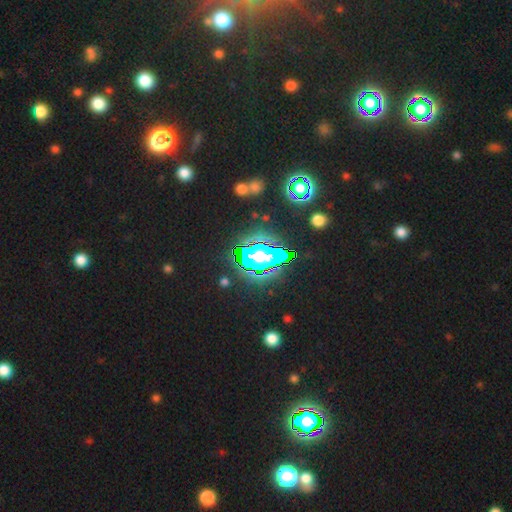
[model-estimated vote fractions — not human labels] Smooth or featured: star or artifact — 80% (smooth — 11%)